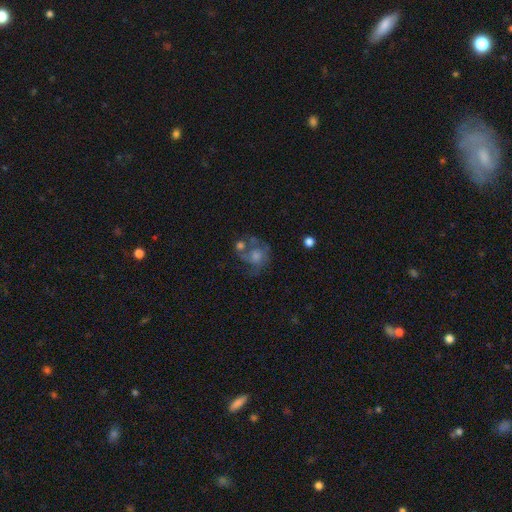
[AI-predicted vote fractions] Smooth or featured: featured or disk — 63% (smooth — 24%)
Edge-on disk: no — 98% (yes — 2%)
Bar: no — 81% (weak — 17%)
Spiral arms: yes — 73% (no — 27%)
Bulge size: moderate — 52% (small — 24%)
Merging: none — 45% (merger — 20%)